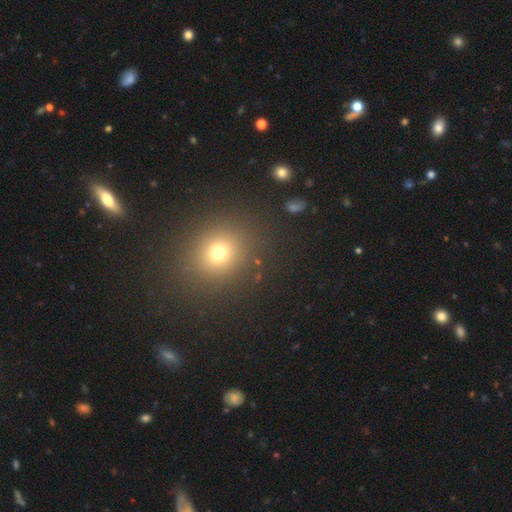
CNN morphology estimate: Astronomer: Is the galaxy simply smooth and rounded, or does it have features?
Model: smooth — 61%.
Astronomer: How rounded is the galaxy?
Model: round — 77%.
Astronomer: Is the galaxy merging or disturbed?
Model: none — 89%.